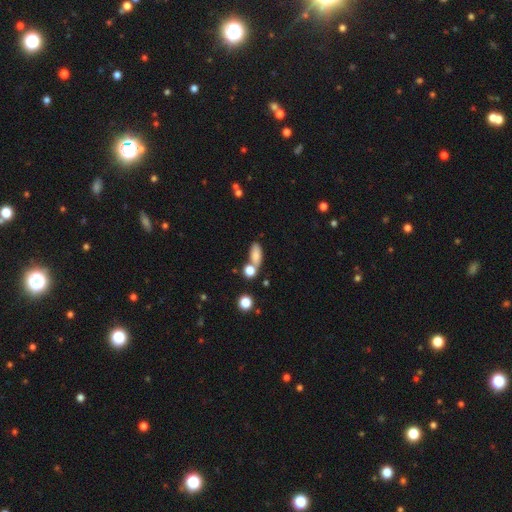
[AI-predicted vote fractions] smooth 78%, featured or disk 11%, star or artifact 10%. Down the decision tree: how rounded — in between (77%); merging — none (56%).